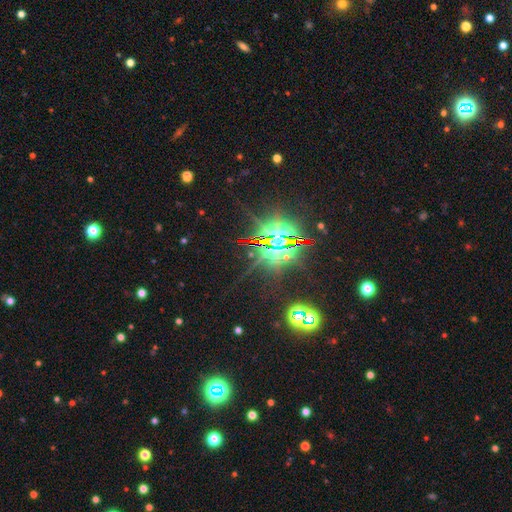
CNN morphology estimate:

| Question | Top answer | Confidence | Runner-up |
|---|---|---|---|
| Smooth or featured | star or artifact | 86% | smooth (8%) |